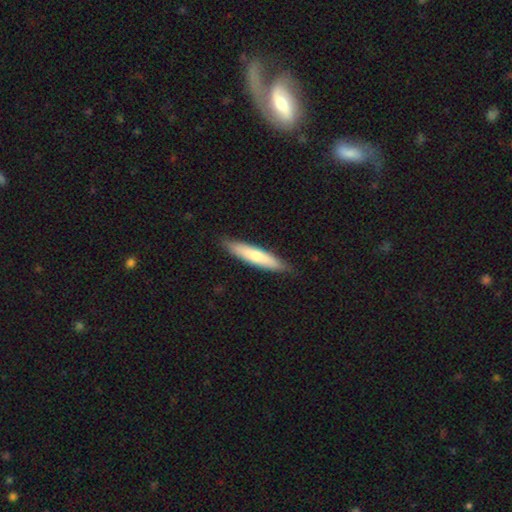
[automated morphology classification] Overall: smooth (68%). How rounded: cigar-shaped (85%). Merging: none (87%).